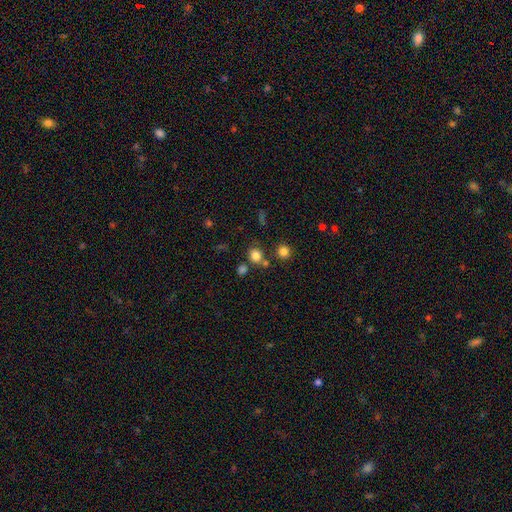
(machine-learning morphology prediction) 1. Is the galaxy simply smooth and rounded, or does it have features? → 80% smooth, 14% star or artifact, 6% featured or disk.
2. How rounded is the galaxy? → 83% round, 16% in between, 1% cigar-shaped.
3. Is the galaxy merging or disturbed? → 71% none, 16% merger, 9% minor disturbance, 4% major disturbance.